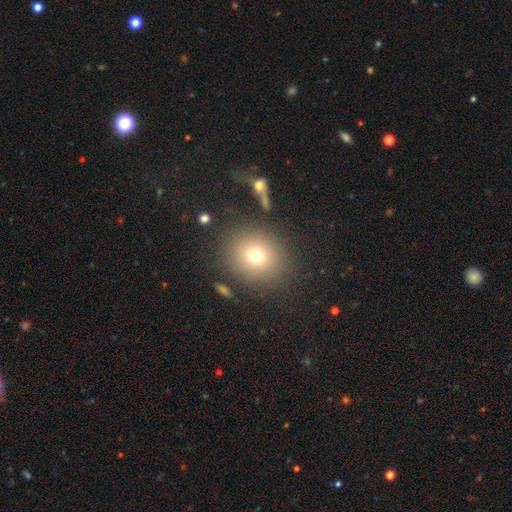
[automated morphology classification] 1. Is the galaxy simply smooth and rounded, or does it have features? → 73% smooth, 15% star or artifact, 12% featured or disk.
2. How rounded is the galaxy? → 80% round, 19% in between, 1% cigar-shaped.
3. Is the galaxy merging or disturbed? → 83% none, 9% minor disturbance, 5% major disturbance, 3% merger.